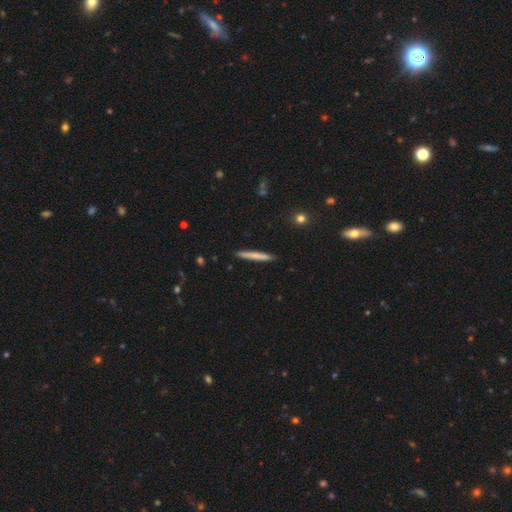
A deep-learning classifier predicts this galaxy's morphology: Smooth or featured? smooth (71%)
How rounded? cigar-shaped (97%)
Merging? none (91%)